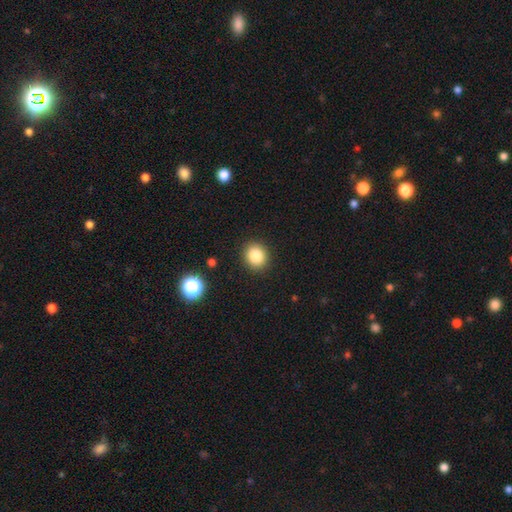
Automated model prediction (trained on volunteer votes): Smooth or featured? Predicted: smooth (p=0.83). How rounded? Predicted: round (p=0.76). Merging? Predicted: none (p=0.90).